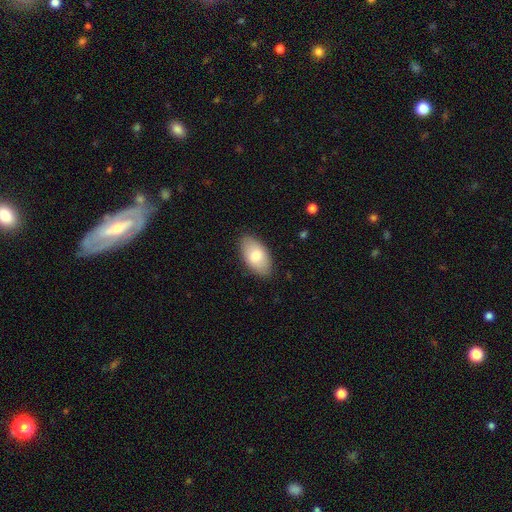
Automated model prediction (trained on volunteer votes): Smooth or featured? smooth (77%)
How rounded? in between (95%)
Merging? none (86%)